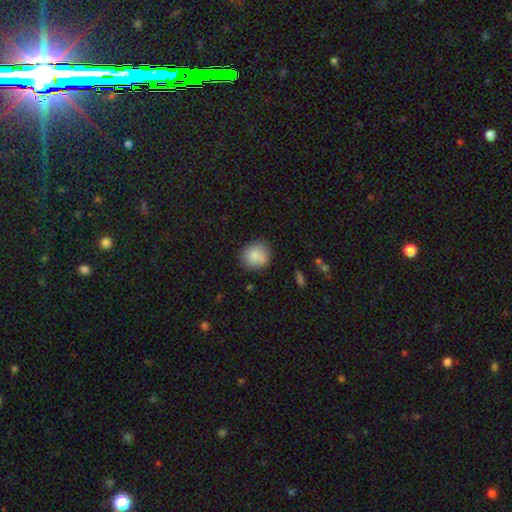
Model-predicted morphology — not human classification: Smooth or featured: smooth — 86% (star or artifact — 8%)
How rounded: round — 83% (in between — 16%)
Merging: none — 80% (minor disturbance — 14%)